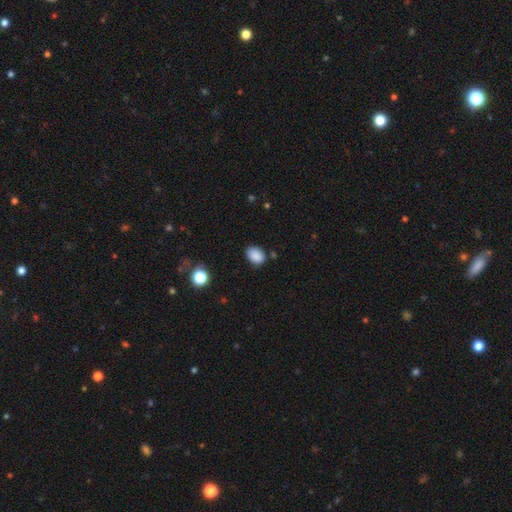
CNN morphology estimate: Overall: smooth (87%). How rounded: in between (74%). Merging: none (80%).